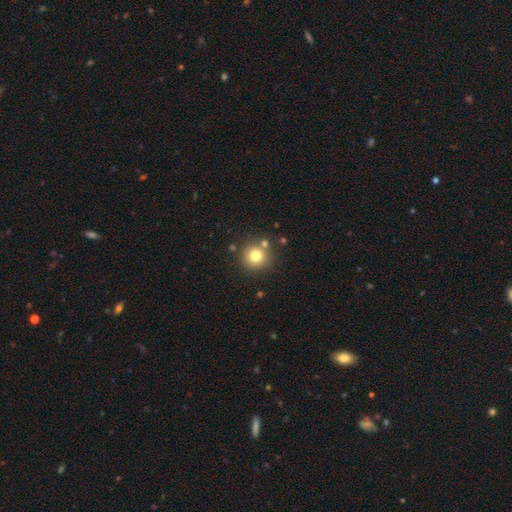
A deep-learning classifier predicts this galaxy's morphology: Overall: smooth (77%). How rounded: round (94%). Merging: none (80%).